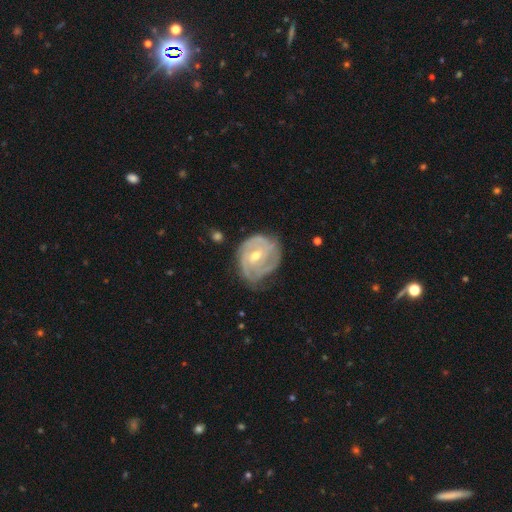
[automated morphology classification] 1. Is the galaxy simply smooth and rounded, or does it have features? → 83% featured or disk, 12% smooth, 6% star or artifact.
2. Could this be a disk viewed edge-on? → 97% no, 3% yes.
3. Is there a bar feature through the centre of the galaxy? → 47% no, 41% weak, 13% strong.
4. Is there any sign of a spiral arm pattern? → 92% yes, 8% no.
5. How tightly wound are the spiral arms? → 61% tight, 30% medium, 9% loose.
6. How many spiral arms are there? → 29% 3, 28% can't tell, 25% 2, 9% 4, 5% 1, 4% more than 4.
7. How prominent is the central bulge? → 54% moderate, 43% small, 1% large, 1% none, 1% dominant.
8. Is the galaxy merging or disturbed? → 58% none, 29% minor disturbance, 11% major disturbance, 2% merger.